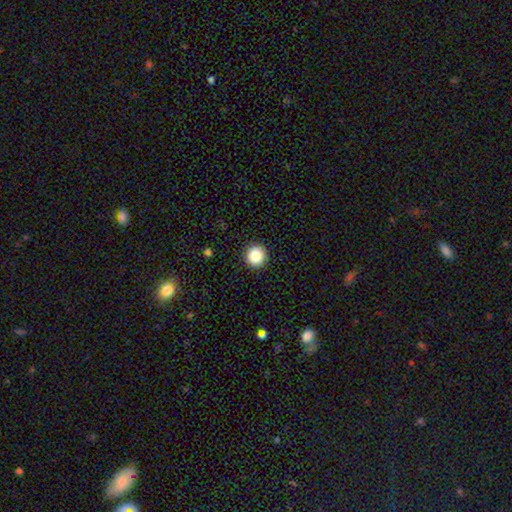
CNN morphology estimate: This is clearly a smooth galaxy (87%). How rounded: clearly round (95%). Merging: clearly none (93%).